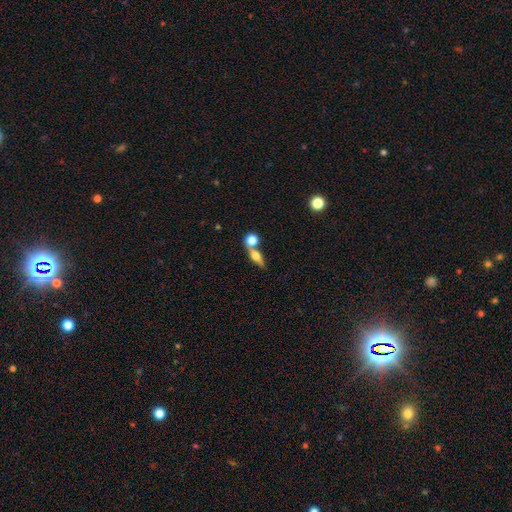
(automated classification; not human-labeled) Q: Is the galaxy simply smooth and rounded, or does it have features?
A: smooth — 49%.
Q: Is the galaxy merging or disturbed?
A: none — 49%.